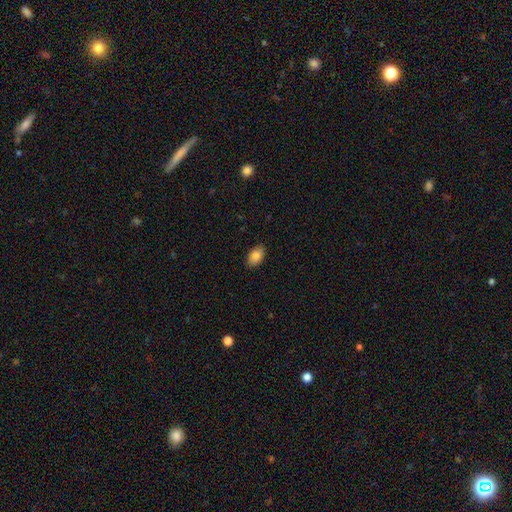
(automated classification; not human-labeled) smooth-or-featured: smooth: 85% | featured or disk: 8% | star or artifact: 8%
  how-rounded: in between: 92% | round: 7% | cigar-shaped: 2%
  merging: none: 88% | minor disturbance: 9% | major disturbance: 2% | merger: 1%